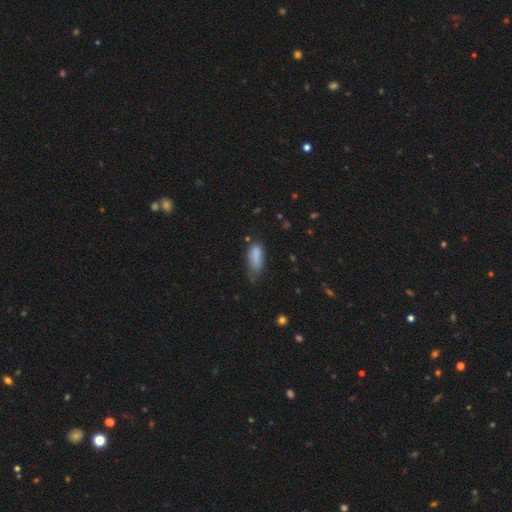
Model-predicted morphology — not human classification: Smooth or featured?
  - smooth: 83% *
  - featured or disk: 8%
  - star or artifact: 8%
How rounded?
  - in between: 77% *
  - cigar-shaped: 20%
  - round: 2%
Merging?
  - none: 41% *
  - minor disturbance: 40%
  - major disturbance: 15%
  - merger: 4%